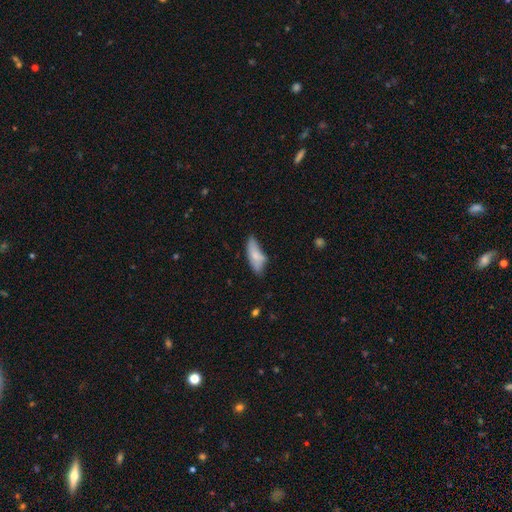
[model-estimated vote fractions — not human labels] Smooth or featured: smooth — 74% (featured or disk — 19%)
How rounded: in between — 71% (cigar-shaped — 27%)
Merging: none — 51% (minor disturbance — 33%)